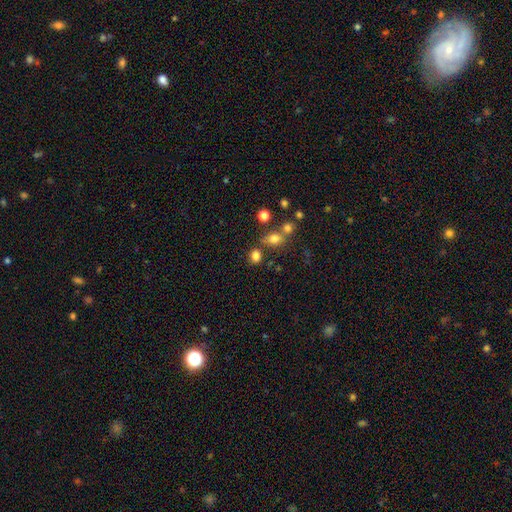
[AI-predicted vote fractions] The model was most divided on "how rounded": in between: 53%, round: 45%, cigar-shaped: 2%. More confident: smooth or featured — smooth (79%); merging — none (65%).